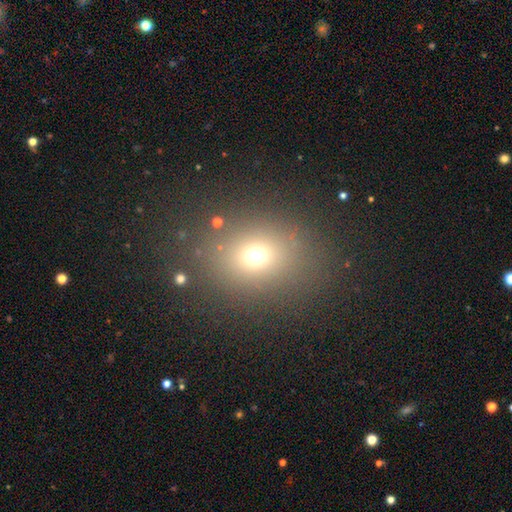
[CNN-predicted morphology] smooth-or-featured: smooth: 68% | star or artifact: 21% | featured or disk: 10%
  how-rounded: round: 57% | in between: 42% | cigar-shaped: 1%
  merging: none: 82% | minor disturbance: 9% | major disturbance: 6% | merger: 3%